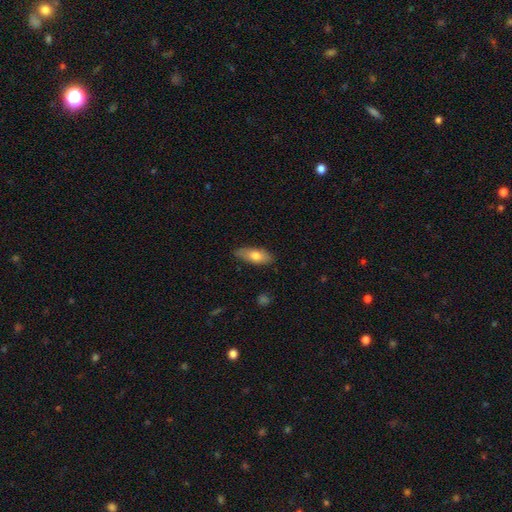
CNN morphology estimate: smooth_or_featured: smooth (p=0.73) [alt: featured or disk p=0.21]
how_rounded: in between (p=0.77) [alt: cigar-shaped p=0.20]
merging: none (p=0.82) [alt: minor disturbance p=0.14]